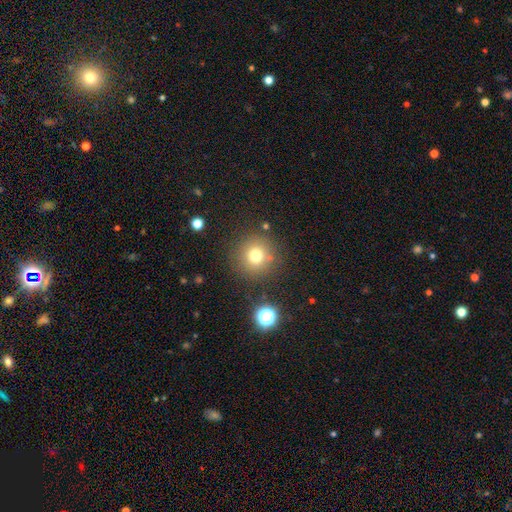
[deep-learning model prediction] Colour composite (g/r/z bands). It shows a smooth galaxy with no disk features (74%) that is round (95%). Merging: none (84%).